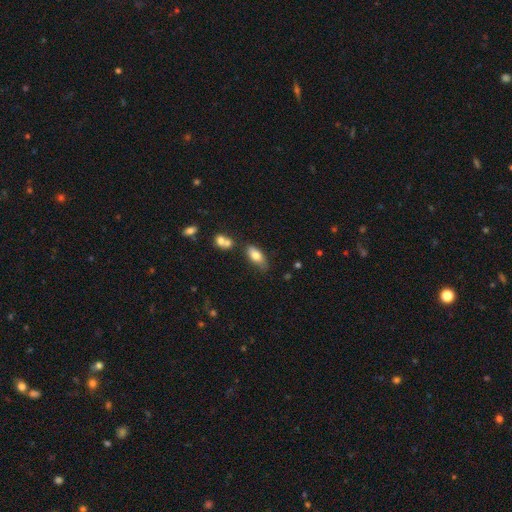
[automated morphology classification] The model was most divided on "merging": none: 63%, minor disturbance: 22%, merger: 10%, major disturbance: 5%. More confident: how rounded — in between (86%); smooth or featured — smooth (77%).